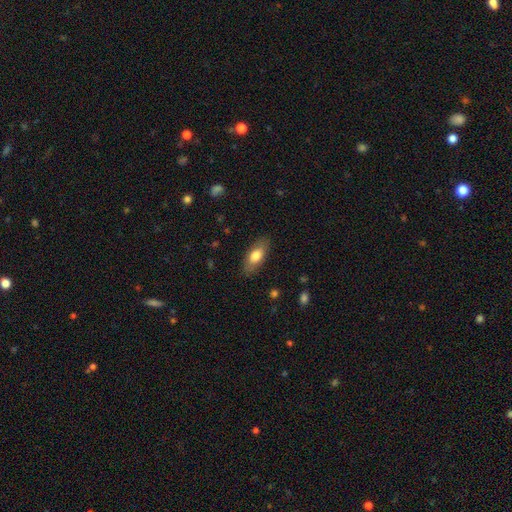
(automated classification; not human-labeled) Smooth or featured? Predicted: smooth (p=0.74). How rounded? Predicted: in between (p=0.83). Merging? Predicted: none (p=0.85).